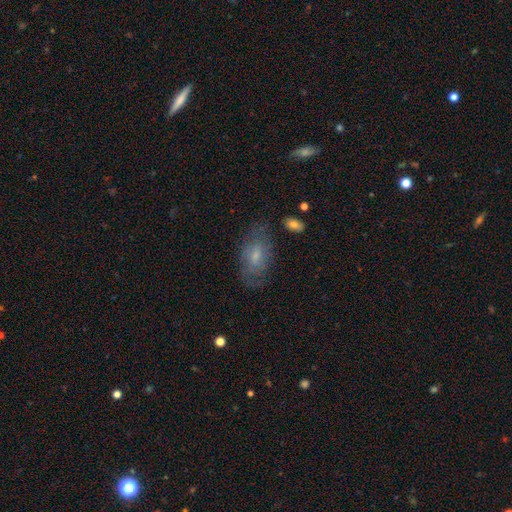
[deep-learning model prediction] smooth-or-featured: smooth: 50% | featured or disk: 41% | star or artifact: 9%
  how-rounded: in between: 89% | round: 6% | cigar-shaped: 4%
  merging: none: 66% | minor disturbance: 21% | major disturbance: 10% | merger: 2%